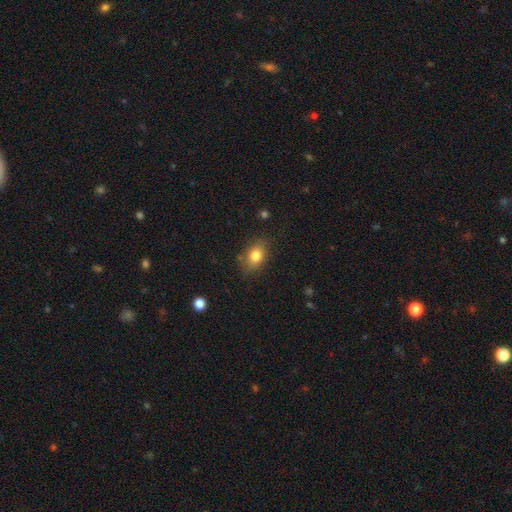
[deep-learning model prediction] smooth_or_featured: smooth (p=0.80) [alt: featured or disk p=0.10]
how_rounded: in between (p=0.75) [alt: round p=0.23]
merging: none (p=0.79) [alt: minor disturbance p=0.15]